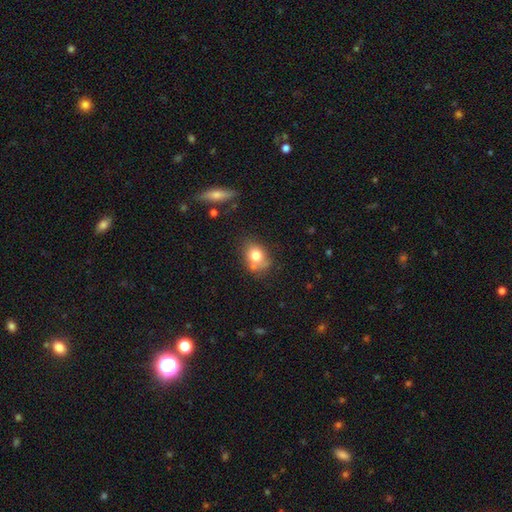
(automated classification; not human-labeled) This appears to be a smooth galaxy with no disk features (76%) that is in between round and cigar-shaped (54%). Merging: none (56%).